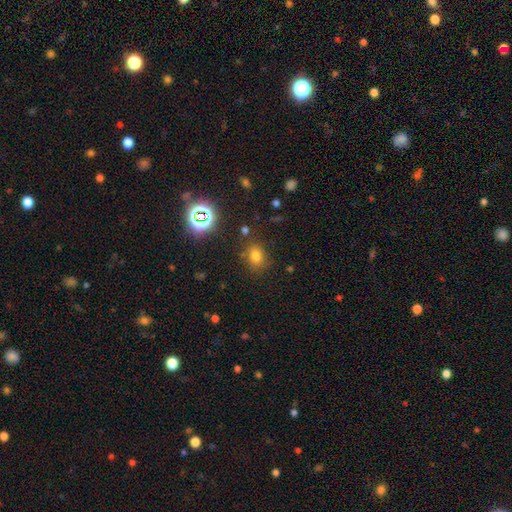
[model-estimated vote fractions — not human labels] The model was most divided on "how rounded": in between: 55%, round: 43%, cigar-shaped: 1%. More confident: merging — none (78%); smooth or featured — smooth (71%).